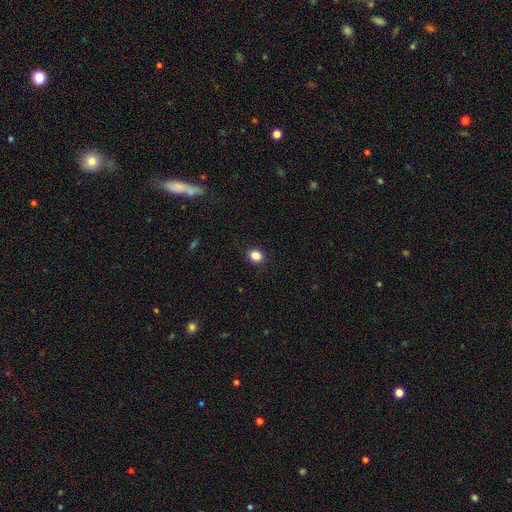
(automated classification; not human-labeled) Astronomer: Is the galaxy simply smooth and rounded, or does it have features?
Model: smooth — 86%.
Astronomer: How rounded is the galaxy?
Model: round — 65%.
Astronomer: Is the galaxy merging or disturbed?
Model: none — 91%.